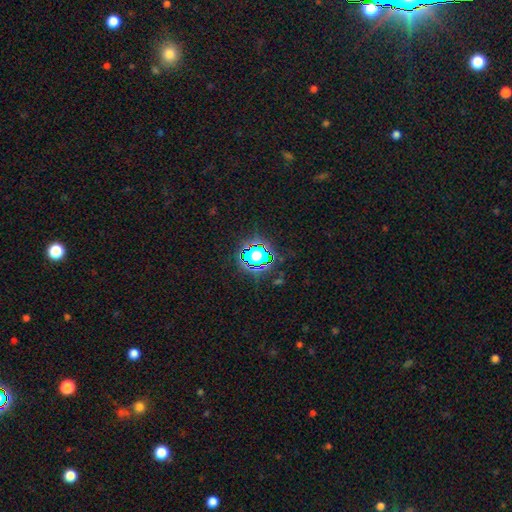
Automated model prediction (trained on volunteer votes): Smooth or featured? Predicted: star or artifact (p=0.60).